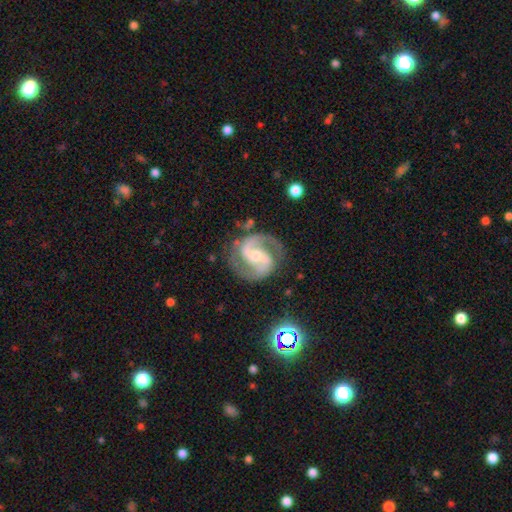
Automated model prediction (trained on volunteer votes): This appears to be a featured or disk galaxy (92%) with a weak bar (41%), 2 (93%) medium (63%) spiral arms (98%) and a small central bulge (49%). Merging: none (79%).